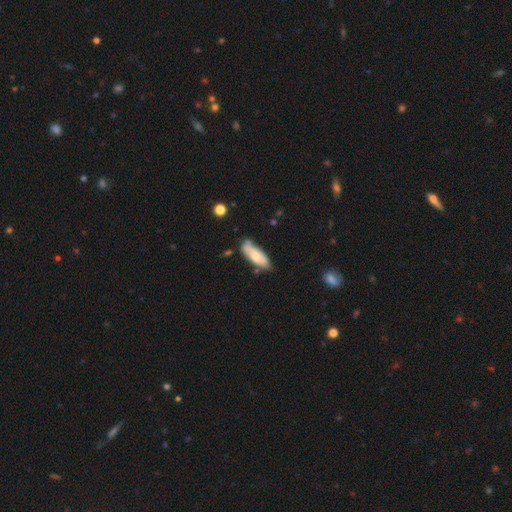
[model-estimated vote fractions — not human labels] smooth-or-featured: smooth: 57% | featured or disk: 37% | star or artifact: 6%
  how-rounded: in between: 68% | cigar-shaped: 30% | round: 2%
  merging: none: 61% | minor disturbance: 27% | major disturbance: 6% | merger: 6%